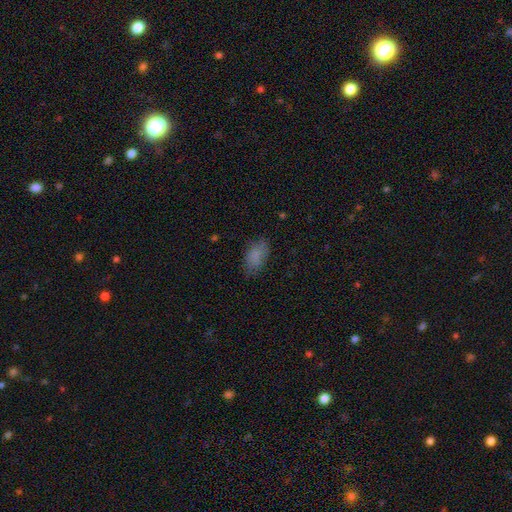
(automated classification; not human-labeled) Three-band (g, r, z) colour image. It shows a smooth galaxy with no disk features (83%) that is in between round and cigar-shaped (91%). Merging: none (75%).